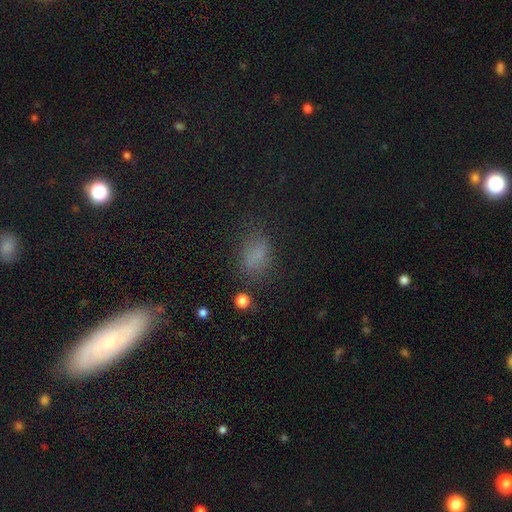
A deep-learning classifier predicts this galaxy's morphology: type=smooth (71%); roundness=in between (78%); merging=none (67%).